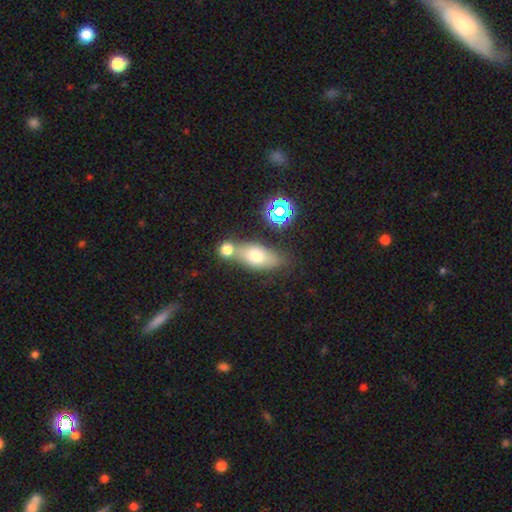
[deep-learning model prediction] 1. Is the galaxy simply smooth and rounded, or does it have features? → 66% smooth, 20% featured or disk, 13% star or artifact.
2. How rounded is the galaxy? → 76% in between, 12% cigar-shaped, 12% round.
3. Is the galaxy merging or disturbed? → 54% none, 29% merger, 12% minor disturbance, 5% major disturbance.